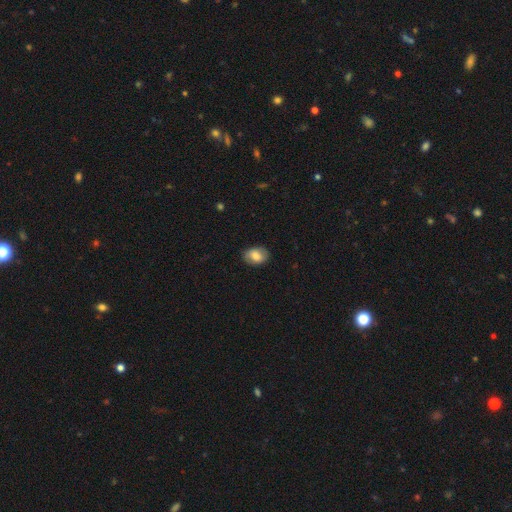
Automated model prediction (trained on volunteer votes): smooth-or-featured: smooth: 75% | featured or disk: 18% | star or artifact: 7%
  how-rounded: in between: 79% | round: 20% | cigar-shaped: 1%
  merging: none: 85% | minor disturbance: 11% | major disturbance: 3% | merger: 1%